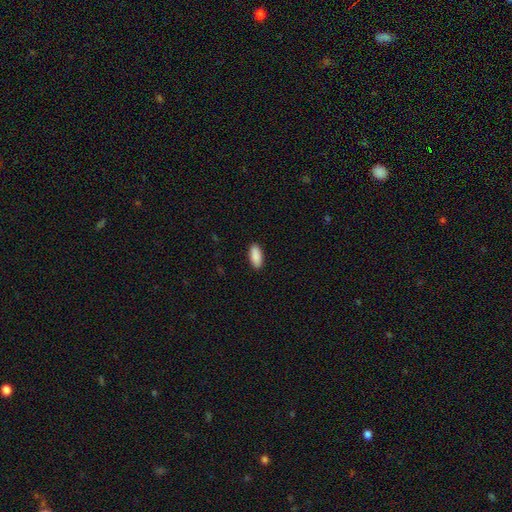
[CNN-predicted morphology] Smooth or featured? Predicted: smooth (p=0.90). How rounded? Predicted: in between (p=0.83). Merging? Predicted: none (p=0.91).